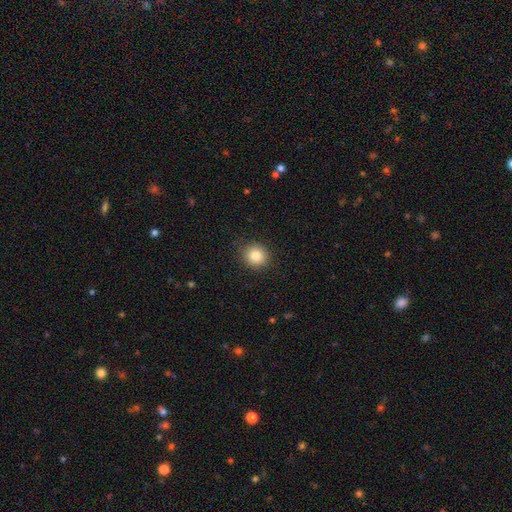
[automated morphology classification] This is clearly a smooth galaxy (84%). How rounded: clearly round (87%). Merging: clearly none (87%).